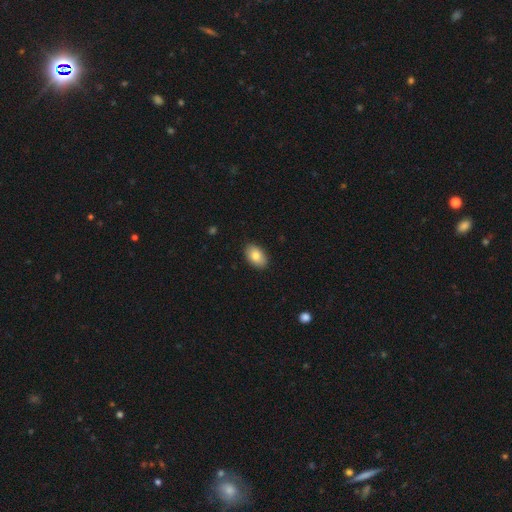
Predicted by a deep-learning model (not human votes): This is clearly a smooth galaxy (82%). How rounded: clearly in between (92%). Merging: clearly none (89%).